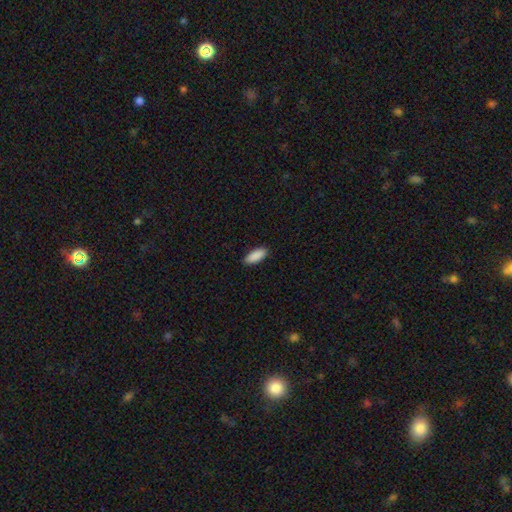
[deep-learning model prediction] smooth 91%, star or artifact 6%, featured or disk 3%. Down the decision tree: how rounded — in between (79%); merging — none (90%).